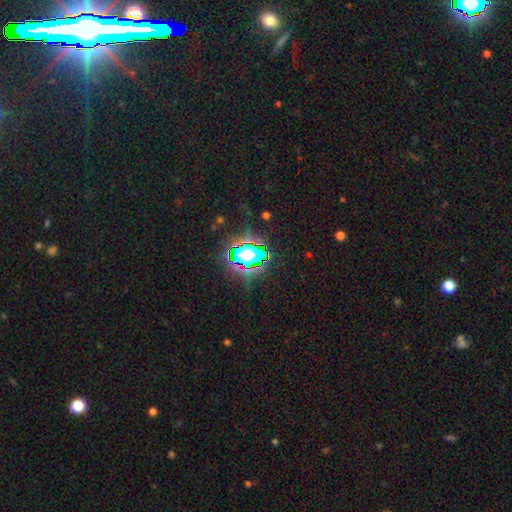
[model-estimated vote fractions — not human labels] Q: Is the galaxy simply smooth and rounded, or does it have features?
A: star or artifact — 64%.